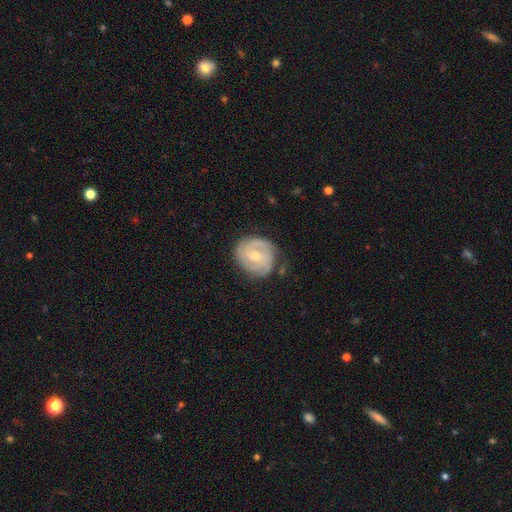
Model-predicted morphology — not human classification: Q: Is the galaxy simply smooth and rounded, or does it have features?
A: featured or disk — 82%.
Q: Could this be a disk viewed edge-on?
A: no — 98%.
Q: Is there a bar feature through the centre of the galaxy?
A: weak — 53%.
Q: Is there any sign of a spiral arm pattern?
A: yes — 95%.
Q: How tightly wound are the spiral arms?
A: tight — 65%.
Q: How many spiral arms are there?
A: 2 — 52%.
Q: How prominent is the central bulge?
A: moderate — 61%.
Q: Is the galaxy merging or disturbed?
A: none — 77%.